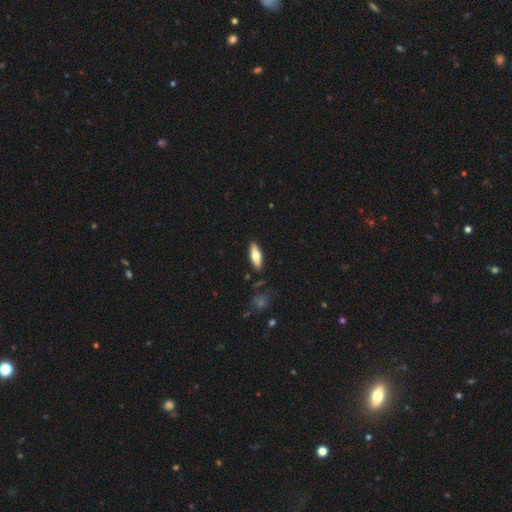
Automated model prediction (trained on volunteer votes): This is likely a smooth galaxy (63%). How rounded: possibly in between (53%). Merging: clearly none (87%).